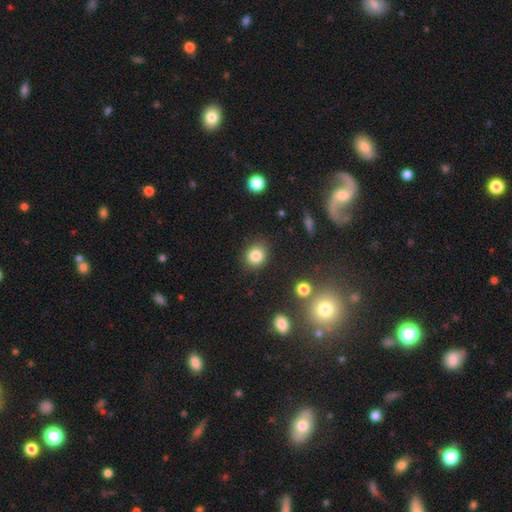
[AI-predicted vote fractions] smooth_or_featured: smooth (p=0.83) [alt: star or artifact p=0.11]
how_rounded: round (p=0.70) [alt: in between p=0.29]
merging: none (p=0.86) [alt: minor disturbance p=0.09]